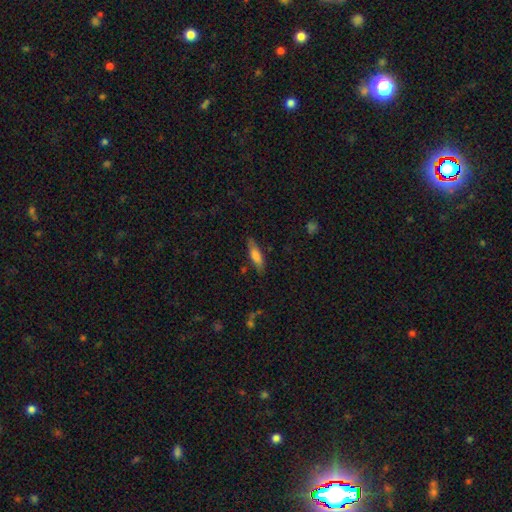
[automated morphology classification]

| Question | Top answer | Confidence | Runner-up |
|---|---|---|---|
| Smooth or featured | smooth | 72% | featured or disk (22%) |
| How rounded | cigar-shaped | 63% | in between (35%) |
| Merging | none | 81% | minor disturbance (14%) |